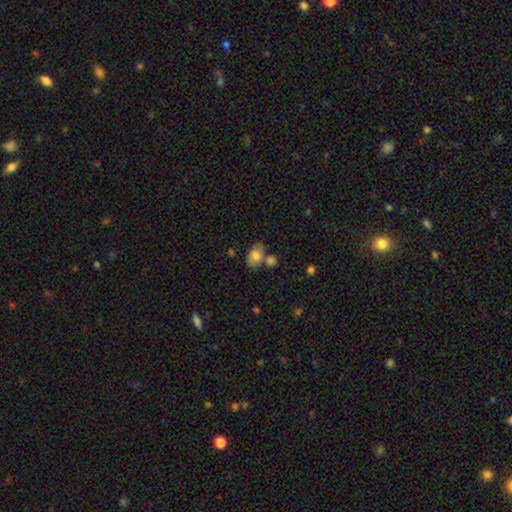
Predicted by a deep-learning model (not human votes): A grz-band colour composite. It shows a smooth galaxy with no disk features (74%) that is in between round and cigar-shaped (84%). Merging: none (52%).